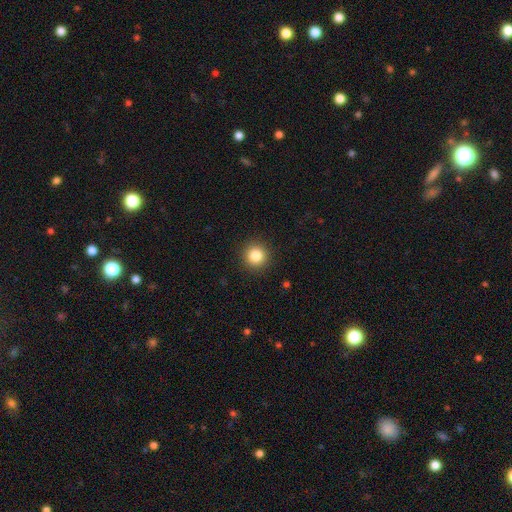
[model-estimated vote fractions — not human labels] This is clearly a smooth galaxy (84%). How rounded: clearly round (94%). Merging: clearly none (92%).